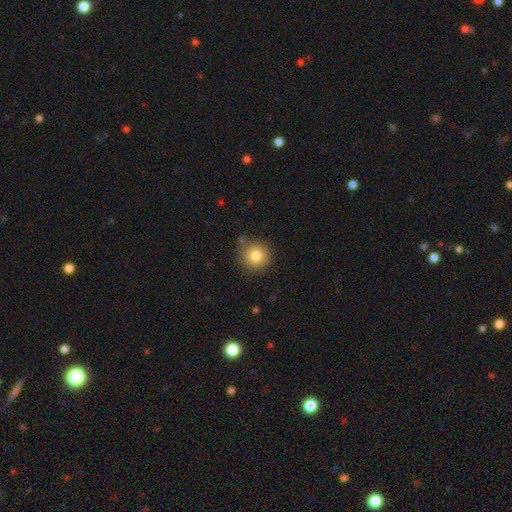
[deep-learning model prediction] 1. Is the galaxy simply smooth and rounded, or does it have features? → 81% smooth, 11% star or artifact, 8% featured or disk.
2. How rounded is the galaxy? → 94% round, 5% in between, 1% cigar-shaped.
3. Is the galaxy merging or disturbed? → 82% none, 12% minor disturbance, 4% merger, 3% major disturbance.